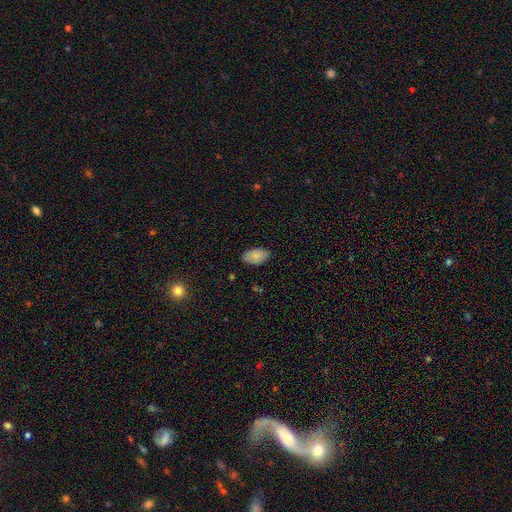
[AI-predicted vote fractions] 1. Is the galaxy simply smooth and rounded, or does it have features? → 84% smooth, 9% featured or disk, 8% star or artifact.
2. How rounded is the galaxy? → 94% in between, 5% round, 2% cigar-shaped.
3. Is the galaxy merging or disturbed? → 80% none, 16% minor disturbance, 3% major disturbance, 1% merger.